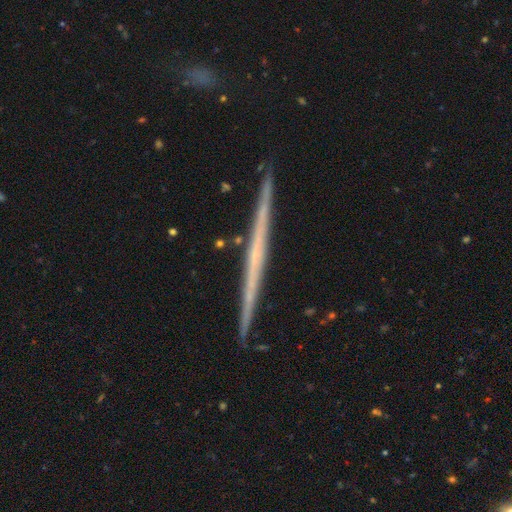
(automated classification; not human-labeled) Morphology: type=featured or disk (70%); edge-on=yes (98%); edge-on bulge=none (88%); merging=none (91%).